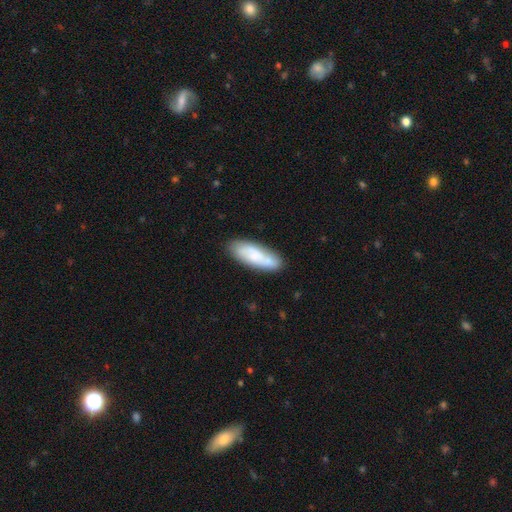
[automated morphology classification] smooth 64%, featured or disk 29%, star or artifact 7%. Down the decision tree: how rounded — in between (62%); merging — none (74%).